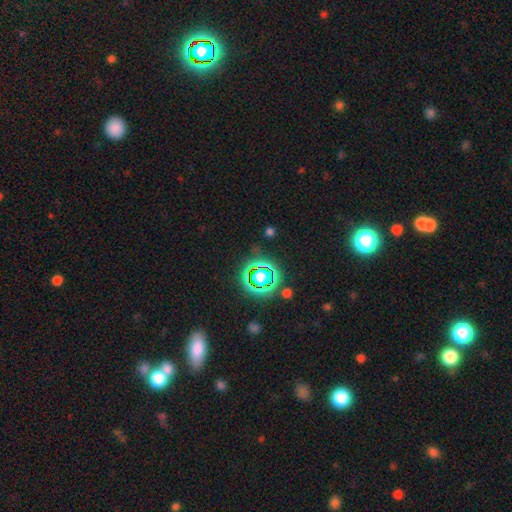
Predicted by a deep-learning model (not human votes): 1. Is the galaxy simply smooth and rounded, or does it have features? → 62% star or artifact, 28% smooth, 10% featured or disk.